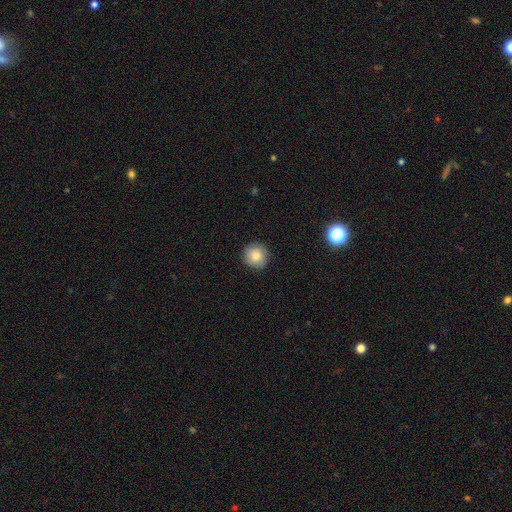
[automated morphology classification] The model was most divided on "smooth or featured": smooth: 85%, star or artifact: 8%, featured or disk: 7%. More confident: how rounded — round (94%); merging — none (90%).